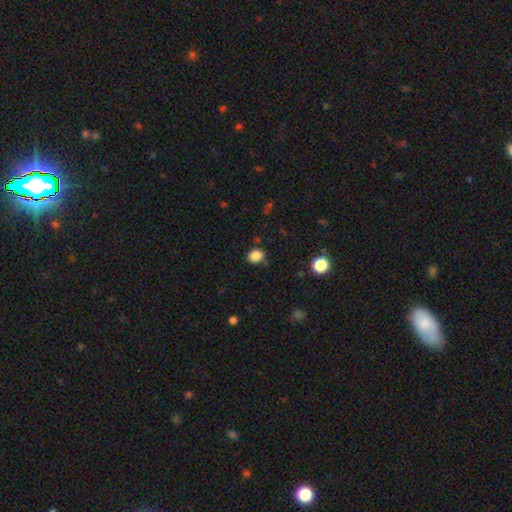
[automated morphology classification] A smooth galaxy with no disk features (86%) that is round (55%).

Vote fractions:
- Smooth or featured? smooth: 86% / star or artifact: 11% / featured or disk: 3%
- How rounded? round: 55% / in between: 44% / cigar-shaped: 1%
- Merging? none: 81% / minor disturbance: 13% / major disturbance: 3% / merger: 2%